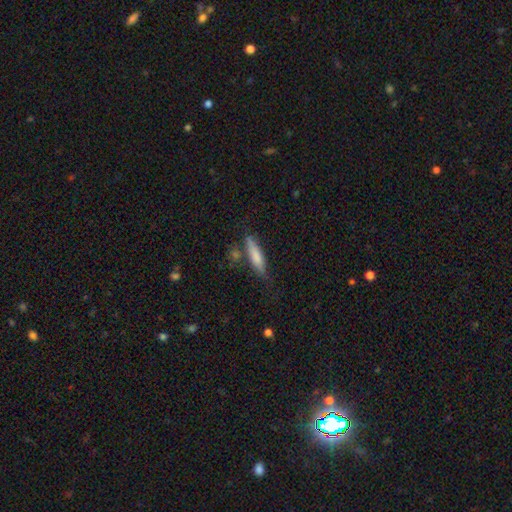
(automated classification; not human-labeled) This is likely a smooth galaxy (74%). How rounded: likely cigar-shaped (78%). Merging: likely none (67%).